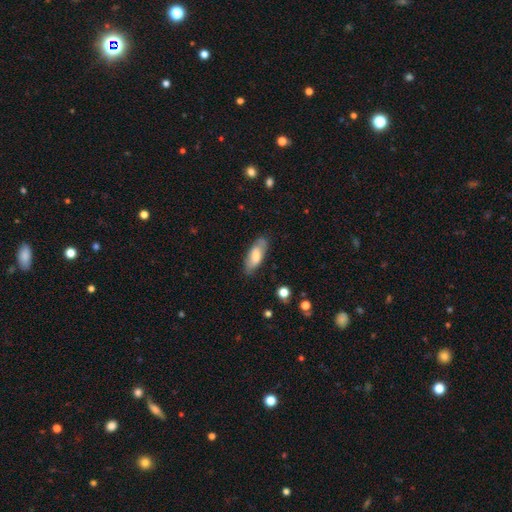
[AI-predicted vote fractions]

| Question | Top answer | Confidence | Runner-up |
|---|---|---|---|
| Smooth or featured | smooth | 65% | featured or disk (29%) |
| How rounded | in between | 79% | cigar-shaped (19%) |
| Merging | none | 78% | minor disturbance (17%) |